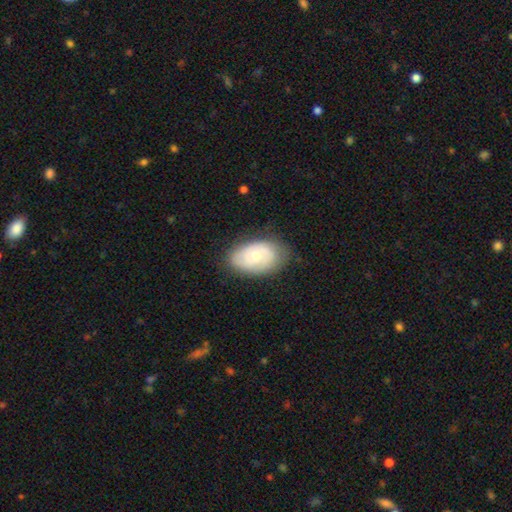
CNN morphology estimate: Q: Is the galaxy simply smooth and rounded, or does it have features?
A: featured or disk — 47%, tied with smooth.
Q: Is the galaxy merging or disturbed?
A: none — 73%.